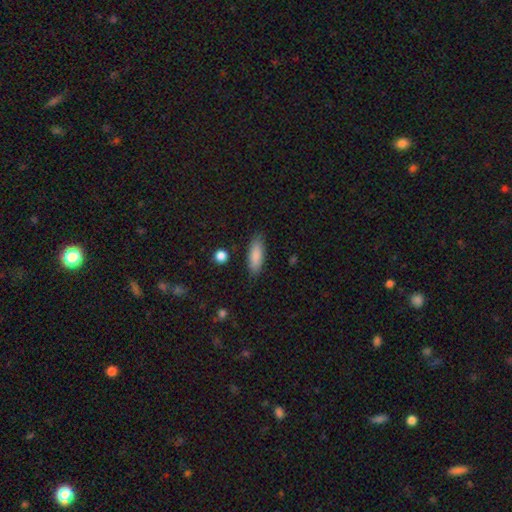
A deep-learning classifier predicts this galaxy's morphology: This is clearly a smooth galaxy (85%). How rounded: likely in between (63%). Merging: clearly none (85%).